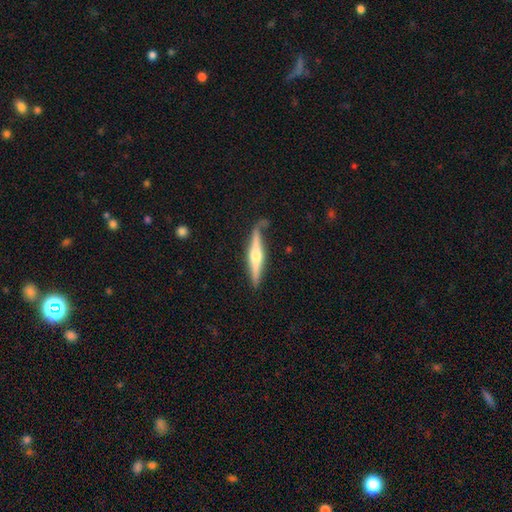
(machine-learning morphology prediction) Q: Smooth or featured?
A: featured or disk (69%); runner-up: smooth (27%)
Q: Edge-on disk?
A: yes (96%); runner-up: no (4%)
Q: Edge-on bulge?
A: rounded (91%); runner-up: boxy (5%)
Q: Merging?
A: none (74%); runner-up: minor disturbance (18%)